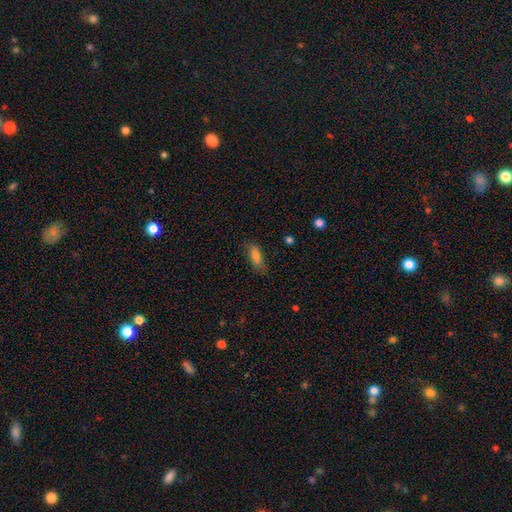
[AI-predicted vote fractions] smooth-or-featured: smooth: 77% | featured or disk: 15% | star or artifact: 8%
  how-rounded: in between: 69% | cigar-shaped: 28% | round: 3%
  merging: none: 68% | minor disturbance: 23% | major disturbance: 7% | merger: 2%